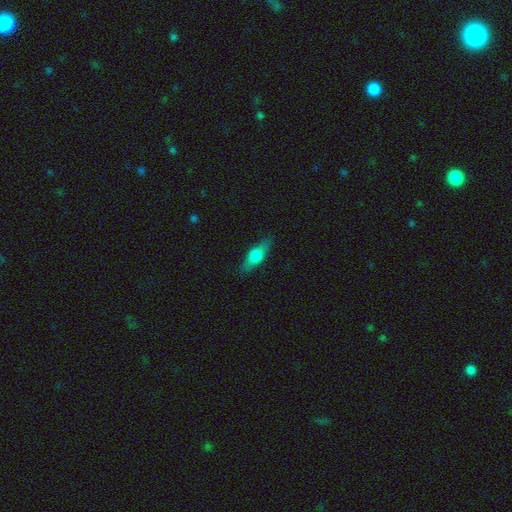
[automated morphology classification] This appears to be a smooth galaxy with no disk features (58%) that is in between round and cigar-shaped (54%). Merging: none (85%).